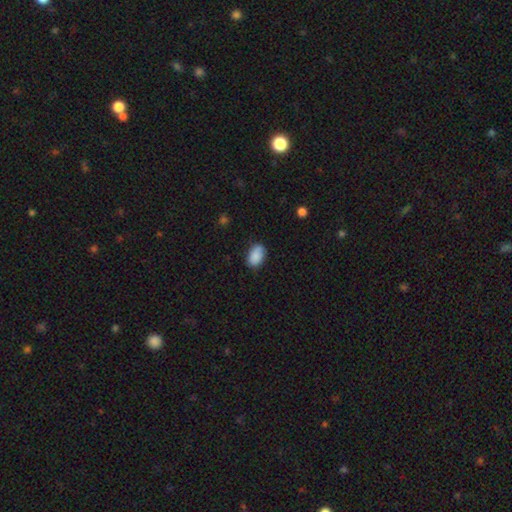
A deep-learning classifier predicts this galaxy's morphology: A smooth galaxy with no disk features (89%) that is in between round and cigar-shaped (91%). Merging: none (78%).